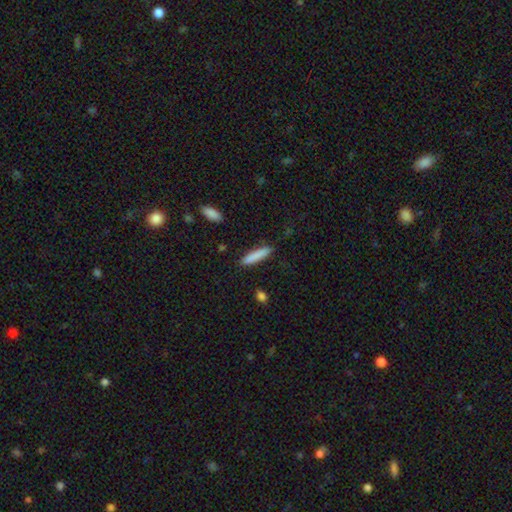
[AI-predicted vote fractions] This is clearly a smooth galaxy (84%). How rounded: clearly cigar-shaped (86%). Merging: clearly none (88%).